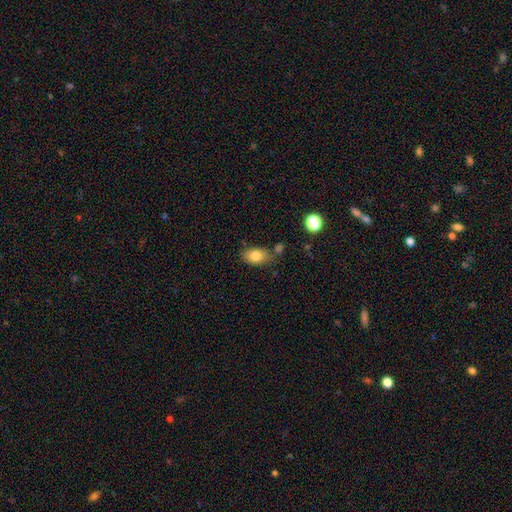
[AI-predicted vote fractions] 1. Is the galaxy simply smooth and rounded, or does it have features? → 81% smooth, 10% featured or disk, 9% star or artifact.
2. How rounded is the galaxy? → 84% in between, 15% round, 2% cigar-shaped.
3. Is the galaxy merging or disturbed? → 66% none, 20% minor disturbance, 9% merger, 5% major disturbance.